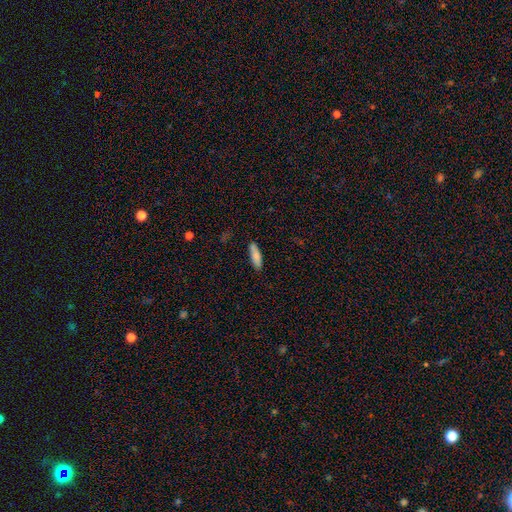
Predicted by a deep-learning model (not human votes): Smooth or featured? smooth (81%)
How rounded? cigar-shaped (56%)
Merging? none (77%)